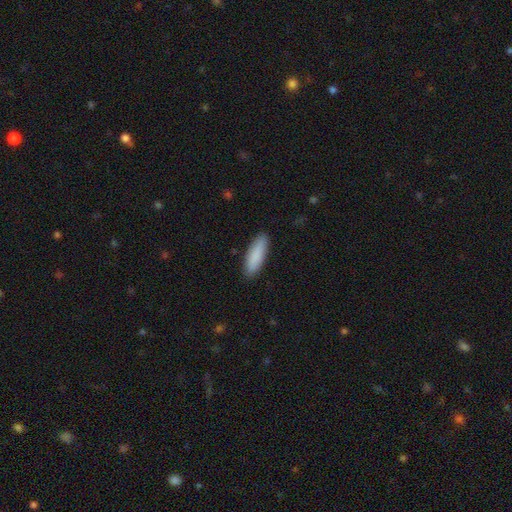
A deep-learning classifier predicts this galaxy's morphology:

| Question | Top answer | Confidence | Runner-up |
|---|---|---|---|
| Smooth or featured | smooth | 88% | featured or disk (6%) |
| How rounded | cigar-shaped | 54% | in between (44%) |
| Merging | none | 89% | minor disturbance (9%) |